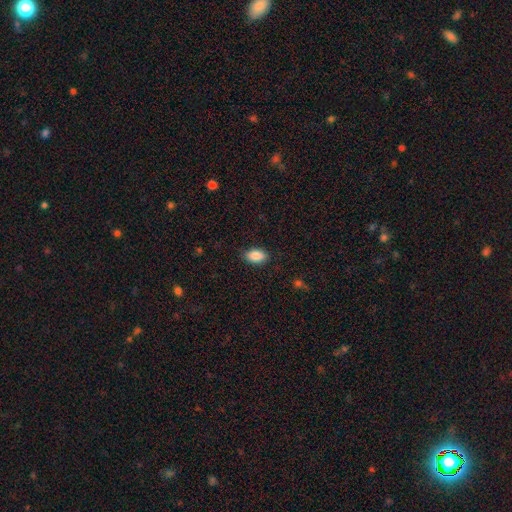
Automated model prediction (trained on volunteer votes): Morphology: type=smooth (88%); roundness=in between (91%); merging=none (86%).